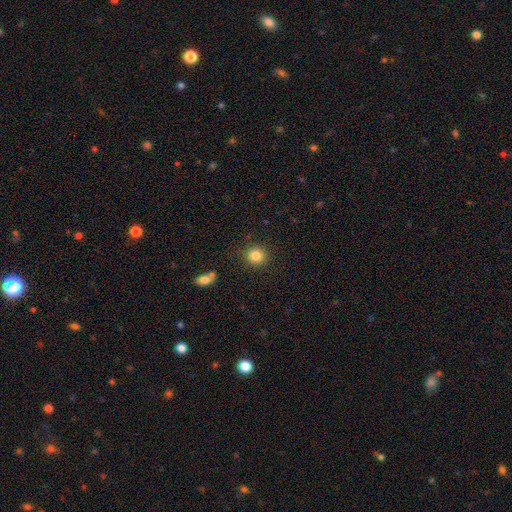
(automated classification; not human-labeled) Smooth or featured: smooth — 84% (star or artifact — 11%)
How rounded: round — 88% (in between — 11%)
Merging: none — 88% (minor disturbance — 7%)